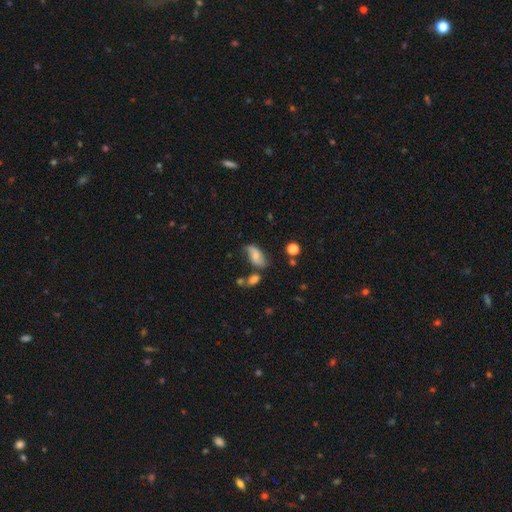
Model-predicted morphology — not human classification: This appears to be a featured or disk galaxy (47%). Merging: none (52%).